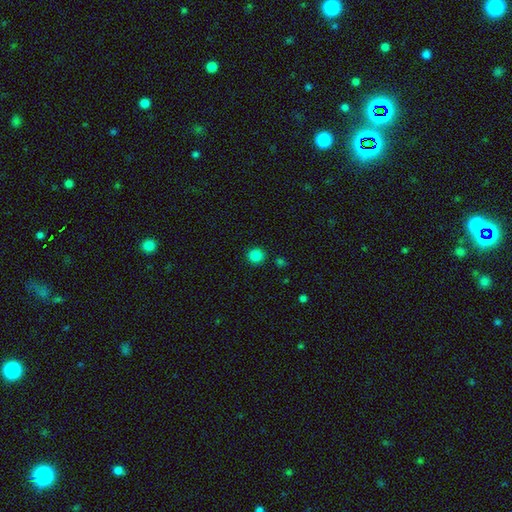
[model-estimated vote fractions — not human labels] Smooth or featured: smooth — 85% (star or artifact — 12%)
How rounded: round — 94% (in between — 5%)
Merging: none — 91% (minor disturbance — 5%)